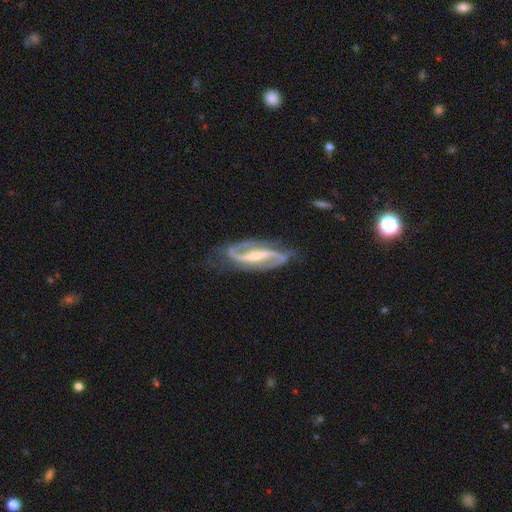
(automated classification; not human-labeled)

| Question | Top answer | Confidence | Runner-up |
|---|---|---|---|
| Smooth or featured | featured or disk | 92% | star or artifact (4%) |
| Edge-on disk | no | 95% | yes (5%) |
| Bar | strong | 63% | weak (26%) |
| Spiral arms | yes | 98% | no (2%) |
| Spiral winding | medium | 52% | loose (30%) |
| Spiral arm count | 2 | 94% | can't tell (2%) |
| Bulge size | small | 44% | moderate (43%) |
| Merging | none | 73% | minor disturbance (17%) |